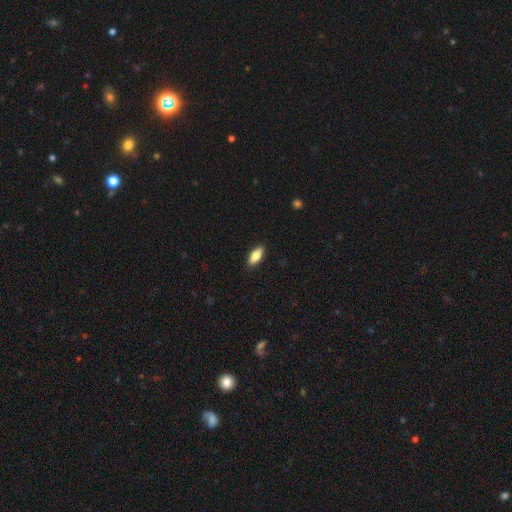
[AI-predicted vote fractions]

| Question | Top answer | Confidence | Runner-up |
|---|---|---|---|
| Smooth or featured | smooth | 78% | featured or disk (15%) |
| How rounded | in between | 76% | cigar-shaped (21%) |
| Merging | none | 90% | minor disturbance (8%) |